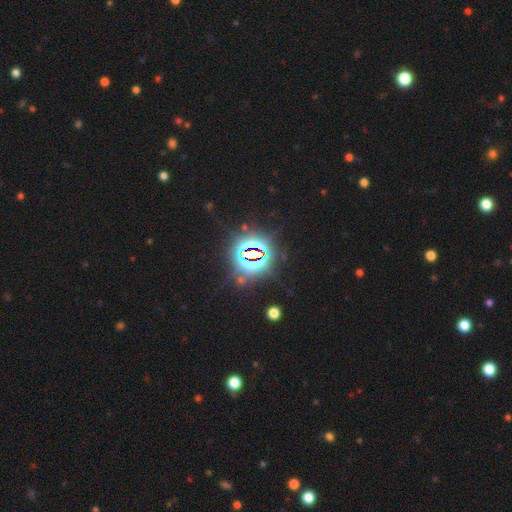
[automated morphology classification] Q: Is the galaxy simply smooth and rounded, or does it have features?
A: star or artifact — 86%.